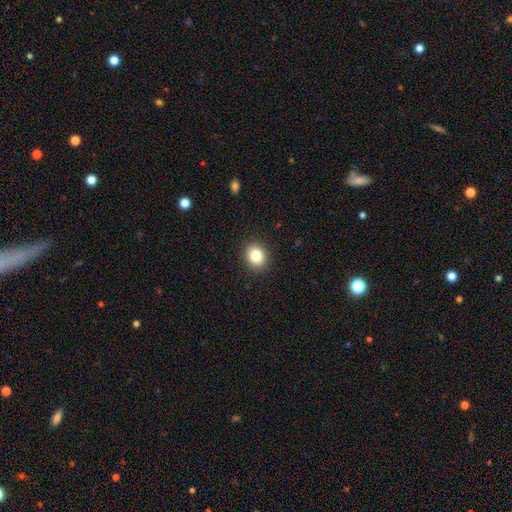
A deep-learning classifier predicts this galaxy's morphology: The model was most divided on "how rounded": round: 60%, in between: 39%, cigar-shaped: 1%. More confident: merging — none (90%); smooth or featured — smooth (83%).